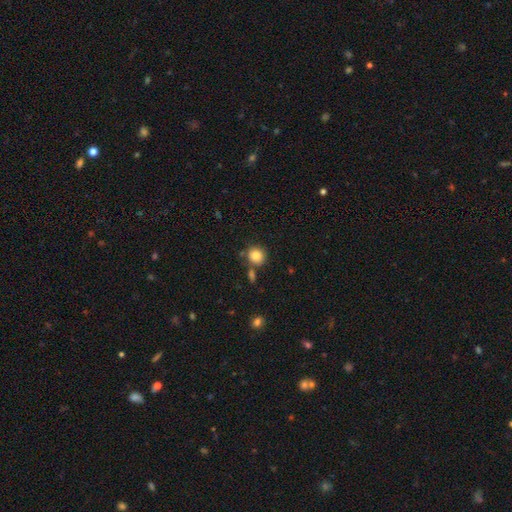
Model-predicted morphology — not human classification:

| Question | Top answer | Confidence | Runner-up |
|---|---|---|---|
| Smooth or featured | smooth | 85% | star or artifact (9%) |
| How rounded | round | 85% | in between (14%) |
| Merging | none | 74% | merger (12%) |